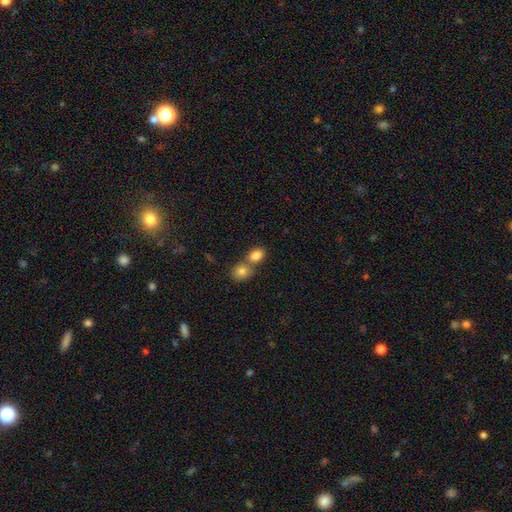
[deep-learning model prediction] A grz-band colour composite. It shows a smooth galaxy with no disk features (84%) that is in between round and cigar-shaped (63%). Merging: merger (50%).